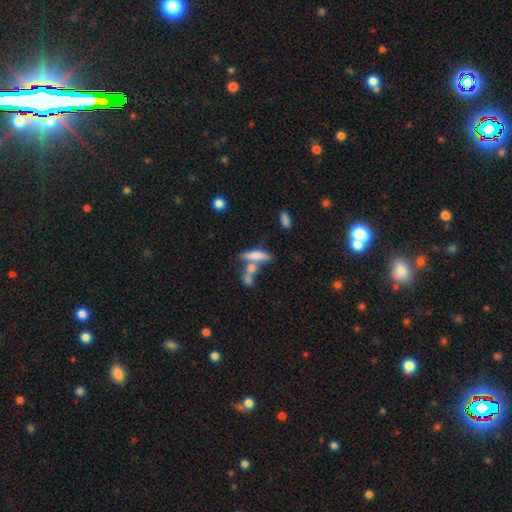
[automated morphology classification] Smooth or featured: smooth — 58% (featured or disk — 33%)
How rounded: cigar-shaped — 67% (in between — 30%)
Merging: merger — 42% (none — 40%)